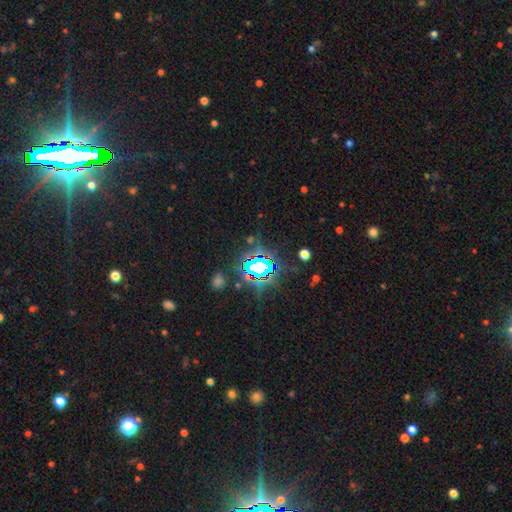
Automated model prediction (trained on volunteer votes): Smooth or featured?
  - star or artifact: 80% *
  - smooth: 12%
  - featured or disk: 8%